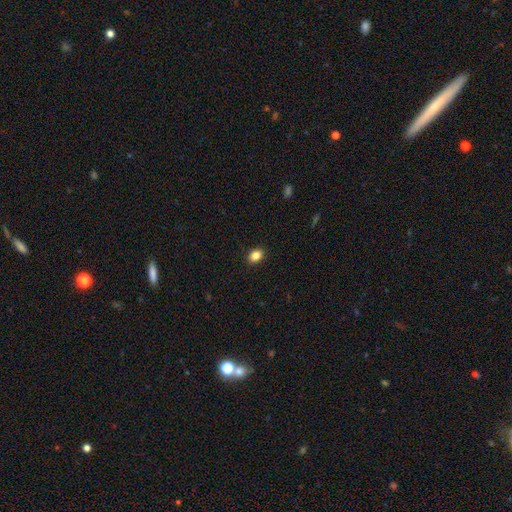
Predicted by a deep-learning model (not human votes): The model was most divided on "how rounded": in between: 71%, round: 28%, cigar-shaped: 1%. More confident: merging — none (90%); smooth or featured — smooth (86%).